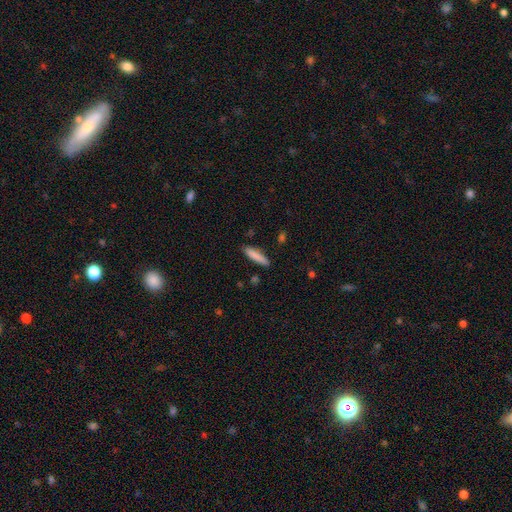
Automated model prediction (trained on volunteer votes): This is clearly a smooth galaxy (85%). How rounded: clearly cigar-shaped (83%). Merging: clearly none (87%).